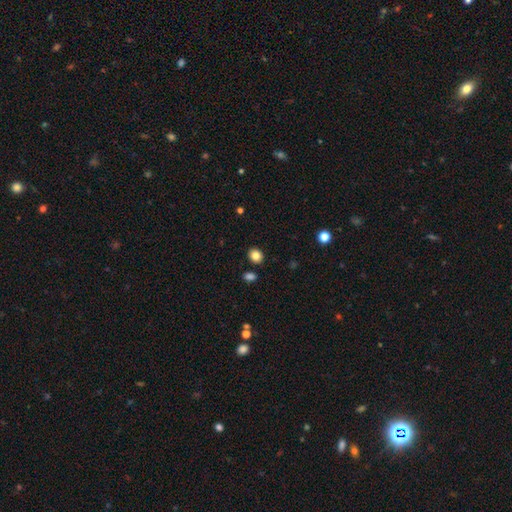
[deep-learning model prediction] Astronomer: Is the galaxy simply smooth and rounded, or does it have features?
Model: smooth — 84%.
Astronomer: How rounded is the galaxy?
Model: round — 58% (runner-up: in between, 41%).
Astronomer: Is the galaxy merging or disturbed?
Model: none — 86%.